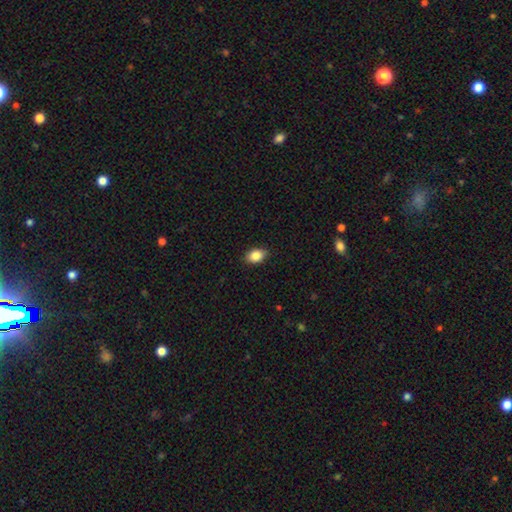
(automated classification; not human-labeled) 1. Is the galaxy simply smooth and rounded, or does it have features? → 86% smooth, 8% star or artifact, 6% featured or disk.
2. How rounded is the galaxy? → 79% in between, 20% round, 2% cigar-shaped.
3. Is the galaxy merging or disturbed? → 87% none, 10% minor disturbance, 2% major disturbance, 1% merger.